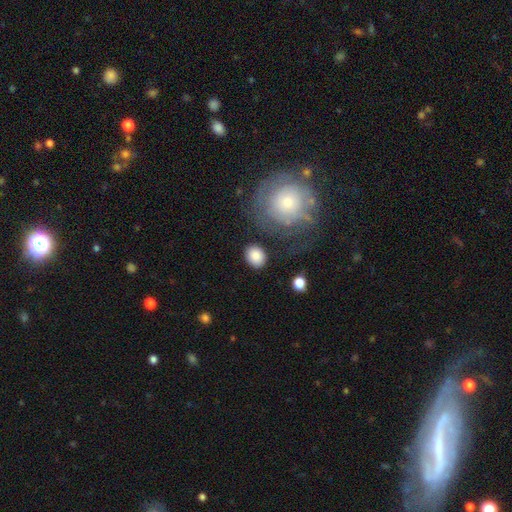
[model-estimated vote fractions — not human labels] Smooth or featured? smooth (86%)
How rounded? in between (50%)
Merging? none (82%)